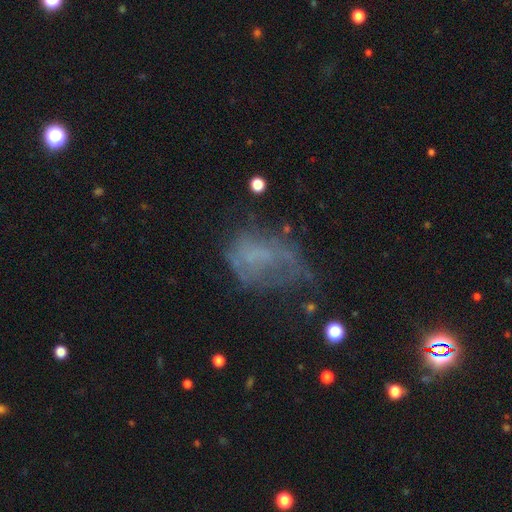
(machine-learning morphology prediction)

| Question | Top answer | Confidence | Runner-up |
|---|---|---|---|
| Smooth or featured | featured or disk | 43% | smooth (38%) |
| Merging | major disturbance | 42% | none (29%) |